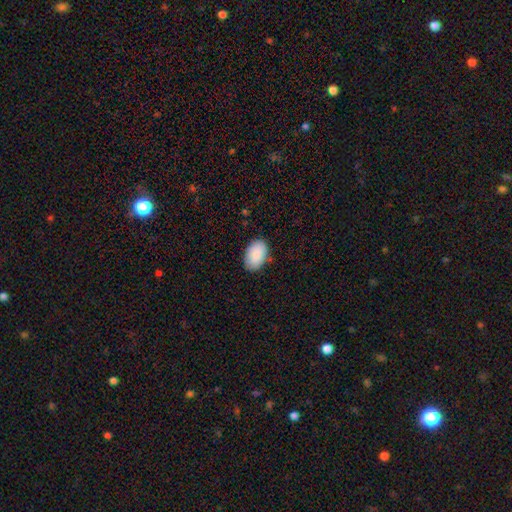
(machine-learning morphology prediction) A smooth galaxy with no disk features (89%) that is in between round and cigar-shaped (92%). Merging: none (85%).